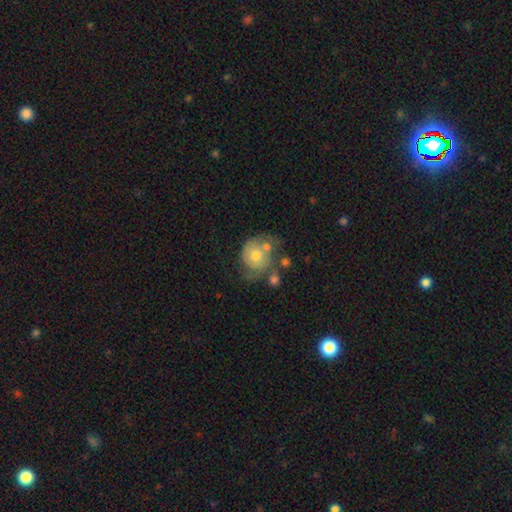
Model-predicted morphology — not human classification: Smooth or featured: featured or disk — 52% (smooth — 41%)
Edge-on disk: no — 98% (yes — 2%)
Bar: no — 85% (weak — 13%)
Spiral arms: yes — 63% (no — 37%)
Bulge size: moderate — 68% (small — 21%)
Merging: none — 33% (merger — 24%)